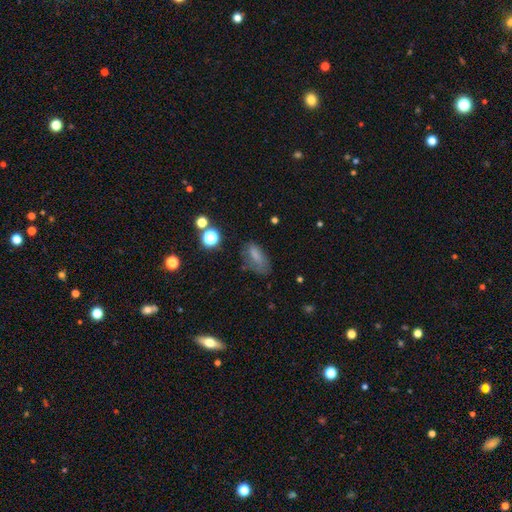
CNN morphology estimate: A smooth galaxy with no disk features (71%) that is in between round and cigar-shaped (77%).

Vote fractions:
- Smooth or featured? smooth: 71% / featured or disk: 15% / star or artifact: 14%
- How rounded? in between: 77% / cigar-shaped: 16% / round: 7%
- Merging? none: 52% / minor disturbance: 29% / major disturbance: 16% / merger: 3%